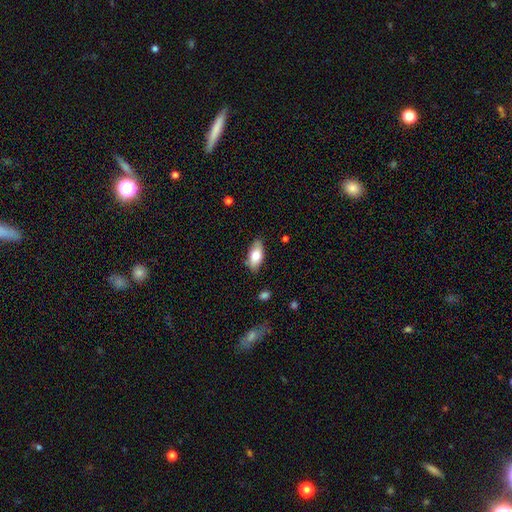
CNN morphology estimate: Overall: smooth (75%). How rounded: in between (89%). Merging: none (81%).